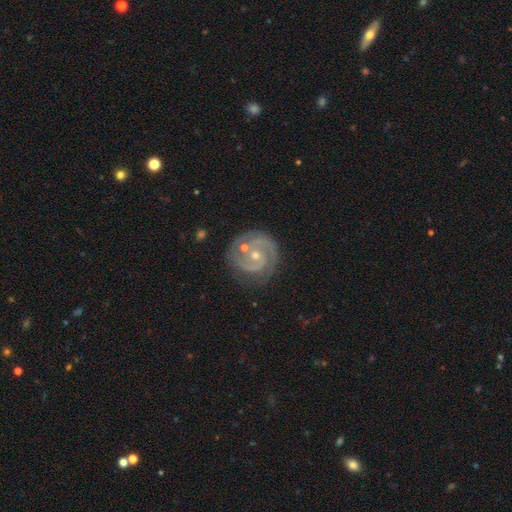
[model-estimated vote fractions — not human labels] A featured or disk galaxy (89%) with no bar (64%), 2 (78%) tight (61%) spiral arms (97%) and a small central bulge (61%). Merging: none (75%).